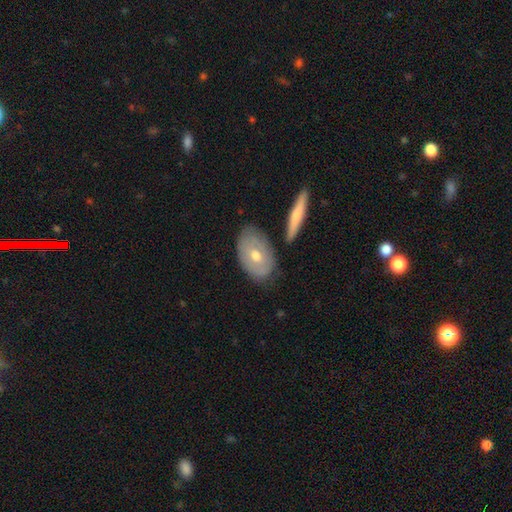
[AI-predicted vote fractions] smooth-or-featured: smooth: 50% | featured or disk: 44% | star or artifact: 6%
  merging: none: 74% | minor disturbance: 16% | merger: 5% | major disturbance: 4%